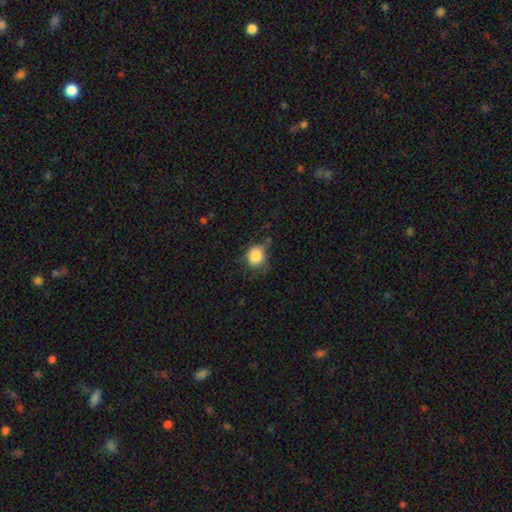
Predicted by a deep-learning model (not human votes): Morphology: type=smooth (84%); roundness=round (76%); merging=none (55%).